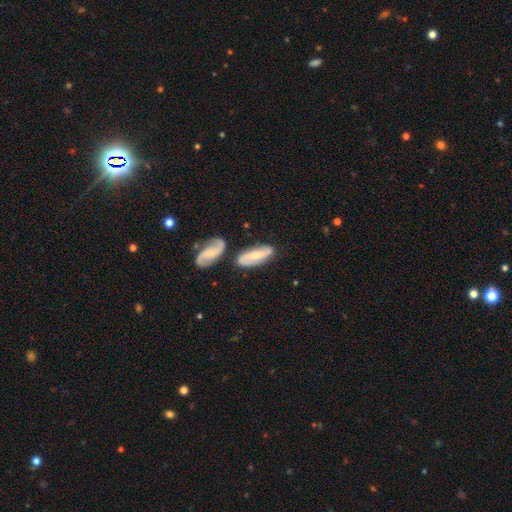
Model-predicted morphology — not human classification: A featured or disk galaxy (50%). Merging: none (65%).